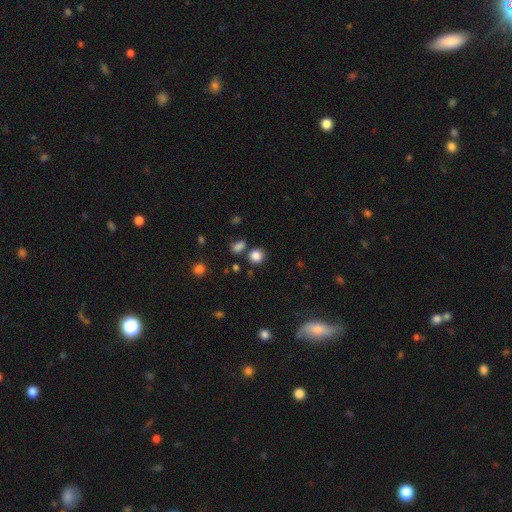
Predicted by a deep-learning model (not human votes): This is clearly a smooth galaxy (84%). How rounded: clearly round (85%). Merging: likely none (77%).